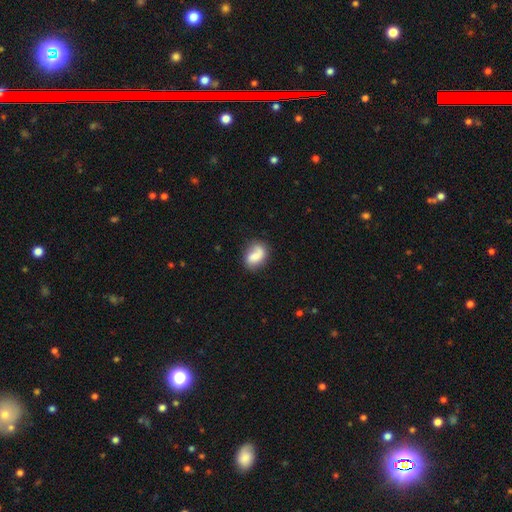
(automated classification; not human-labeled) Smooth or featured?
  - smooth: 64% *
  - featured or disk: 28%
  - star or artifact: 8%
How rounded?
  - in between: 74% *
  - round: 24%
  - cigar-shaped: 2%
Merging?
  - none: 57% *
  - minor disturbance: 25%
  - major disturbance: 10%
  - merger: 7%